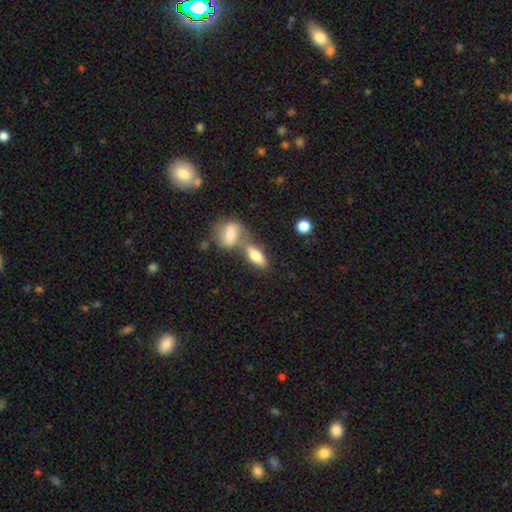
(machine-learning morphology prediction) Q: Smooth or featured?
A: smooth (72%); runner-up: featured or disk (21%)
Q: How rounded?
A: in between (73%); runner-up: cigar-shaped (22%)
Q: Merging?
A: none (46%); runner-up: merger (39%)